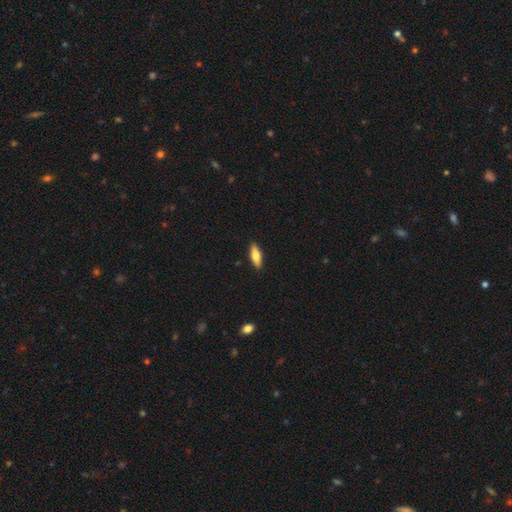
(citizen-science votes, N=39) Q: Smooth or featured?
A: smooth (64%); runner-up: featured or disk (31%)
Q: How rounded?
A: in between (64%); runner-up: cigar-shaped (36%)
Q: Merging?
A: none (92%); runner-up: minor disturbance (8%)